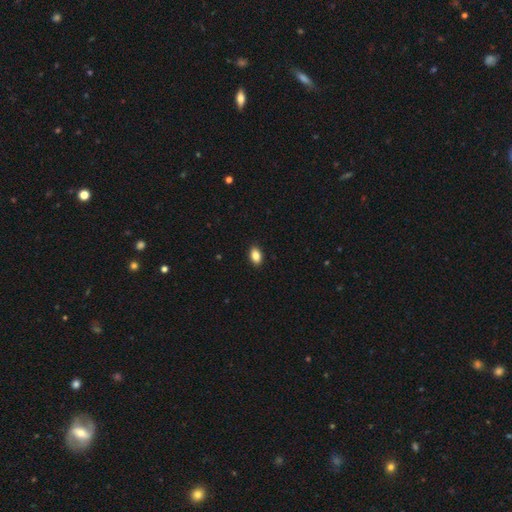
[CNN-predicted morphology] The model was most divided on "smooth or featured": smooth: 86%, star or artifact: 8%, featured or disk: 5%. More confident: merging — none (90%); how rounded — in between (90%).